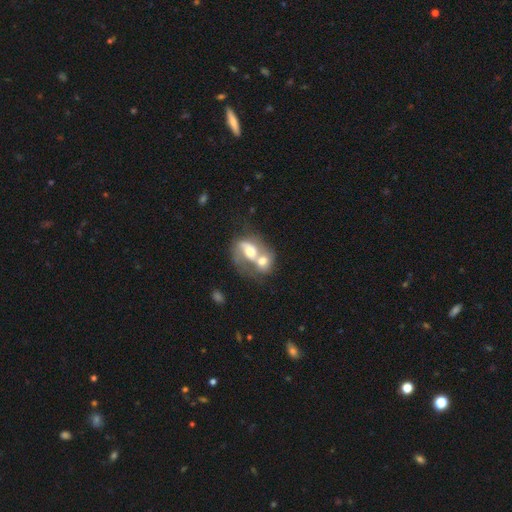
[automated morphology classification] A featured or disk galaxy (60%) with no bar (58%), spiral arms (62%) and a moderate central bulge (63%).

Vote fractions:
- Smooth or featured? featured or disk: 60% / smooth: 32% / star or artifact: 8%
- Edge-on disk? no: 96% / yes: 4%
- Bar? no: 58% / weak: 29% / strong: 13%
- Spiral arms? yes: 62% / no: 38%
- Bulge size? moderate: 63% / small: 15% / large: 15% / none: 4% / dominant: 3%
- Merging? merger: 78% / none: 11% / major disturbance: 6% / minor disturbance: 5%